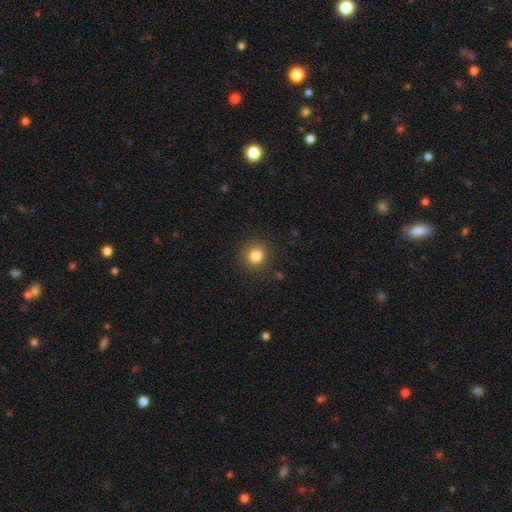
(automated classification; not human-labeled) This appears to be a smooth galaxy with no disk features (83%) that is round (87%). Merging: none (89%).